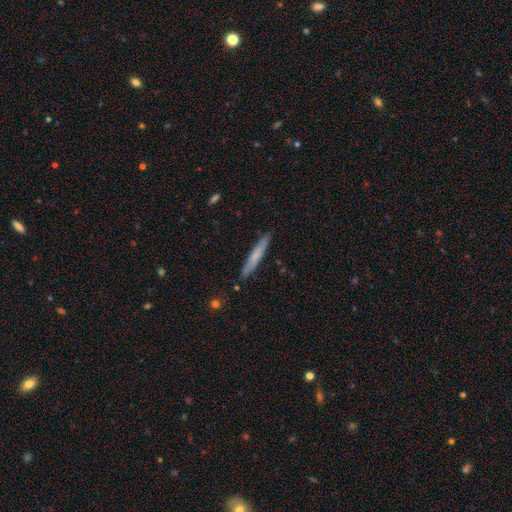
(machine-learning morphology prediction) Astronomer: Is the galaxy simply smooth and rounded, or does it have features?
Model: smooth — 61%.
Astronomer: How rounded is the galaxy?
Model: cigar-shaped — 95%.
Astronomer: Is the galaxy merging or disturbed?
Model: none — 87%.